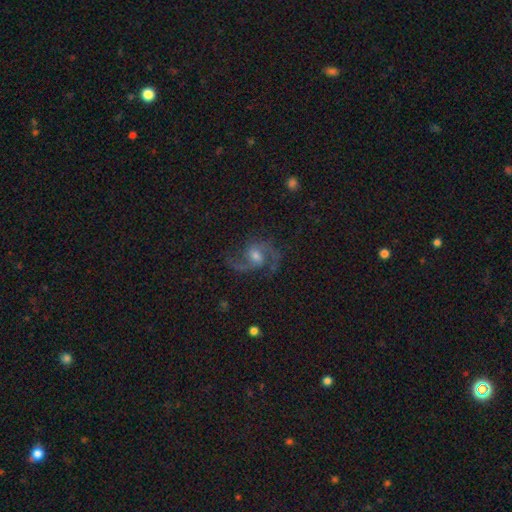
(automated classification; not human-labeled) featured or disk 85%, star or artifact 9%, smooth 6%. Down the decision tree: edge-on disk — no (98%); bar — no (47%); spiral arms — yes (97%); spiral arm count — 2 (87%); spiral winding — medium (56%); bulge size — moderate (58%); merging — none (76%).